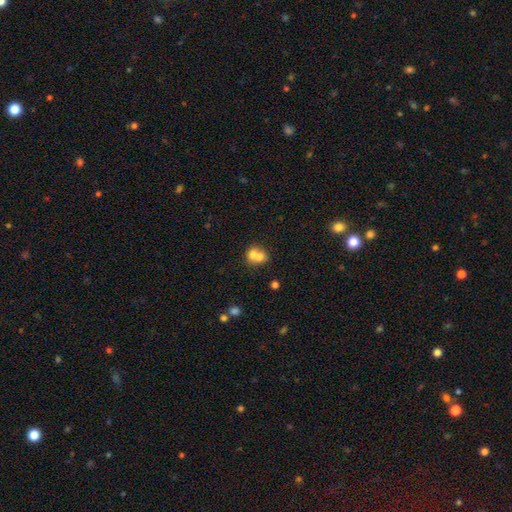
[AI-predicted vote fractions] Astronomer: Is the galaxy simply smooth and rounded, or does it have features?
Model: smooth — 69%.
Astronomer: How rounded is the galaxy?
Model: round — 66%.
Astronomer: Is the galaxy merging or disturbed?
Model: merger — 67%.